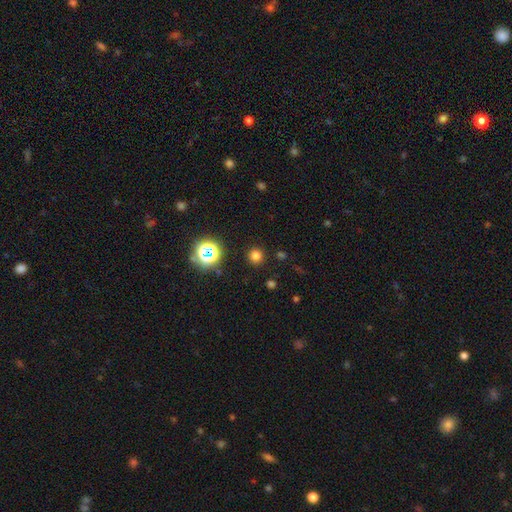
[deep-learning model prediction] A smooth galaxy with no disk features (74%) that is round (94%).

Vote fractions:
- Smooth or featured? smooth: 74% / star or artifact: 21% / featured or disk: 5%
- How rounded? round: 94% / in between: 5% / cigar-shaped: 1%
- Merging? none: 90% / minor disturbance: 5% / major disturbance: 2% / merger: 2%